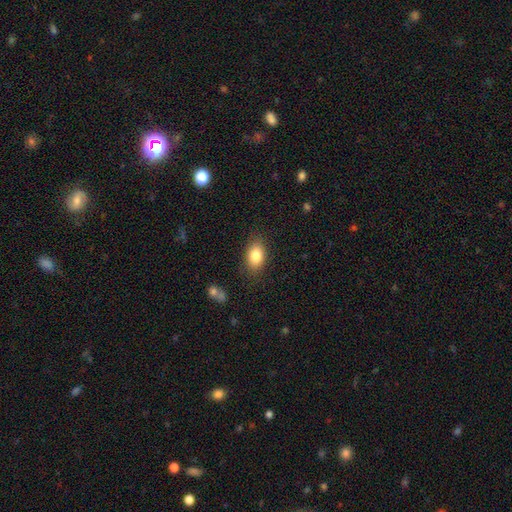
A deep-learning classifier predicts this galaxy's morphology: Smooth or featured: smooth — 83% (featured or disk — 9%)
How rounded: in between — 86% (round — 12%)
Merging: none — 84% (minor disturbance — 12%)